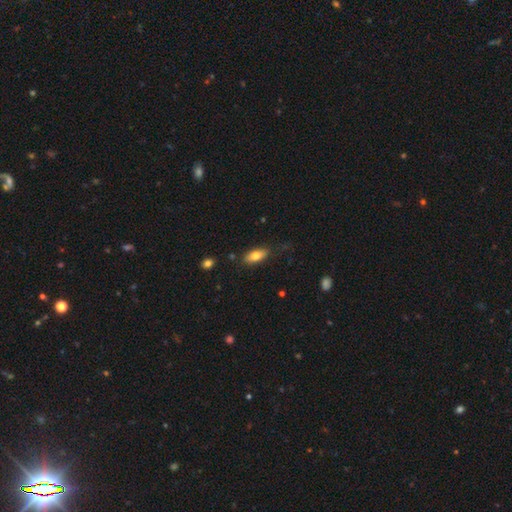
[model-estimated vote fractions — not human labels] smooth-or-featured: smooth: 76% | featured or disk: 17% | star or artifact: 7%
  how-rounded: in between: 84% | cigar-shaped: 12% | round: 3%
  merging: none: 80% | minor disturbance: 15% | major disturbance: 3% | merger: 2%